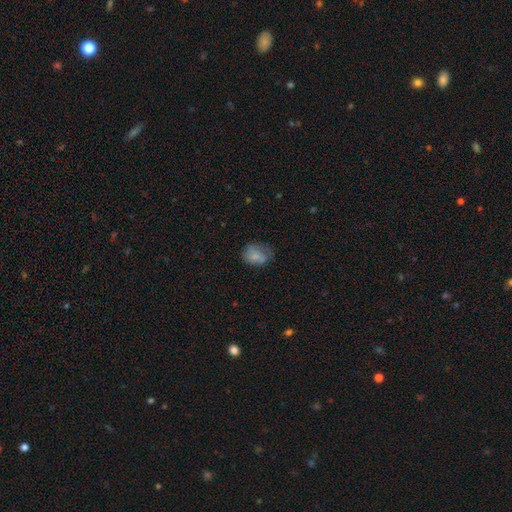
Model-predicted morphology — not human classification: type=smooth (72%); roundness=in between (60%); merging=none (46%).